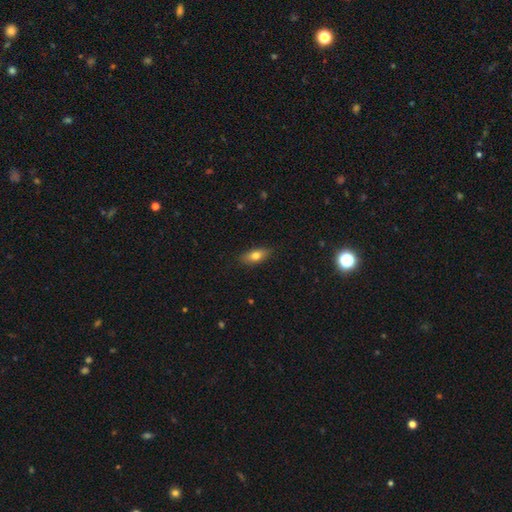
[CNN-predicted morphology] Overall: smooth (73%). How rounded: in between (79%). Merging: none (84%).